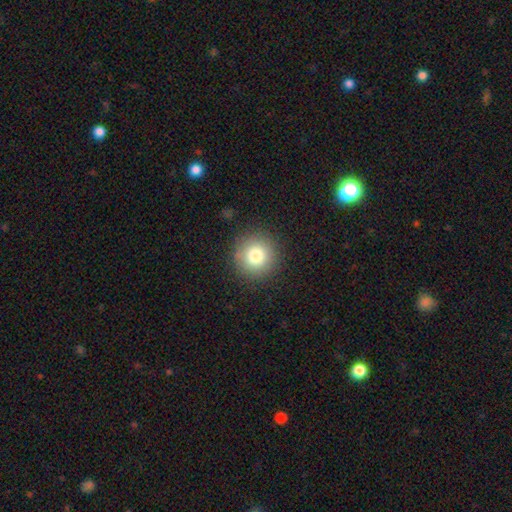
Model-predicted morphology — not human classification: Smooth or featured: smooth — 80% (star or artifact — 11%)
How rounded: round — 95% (in between — 4%)
Merging: none — 90% (minor disturbance — 6%)